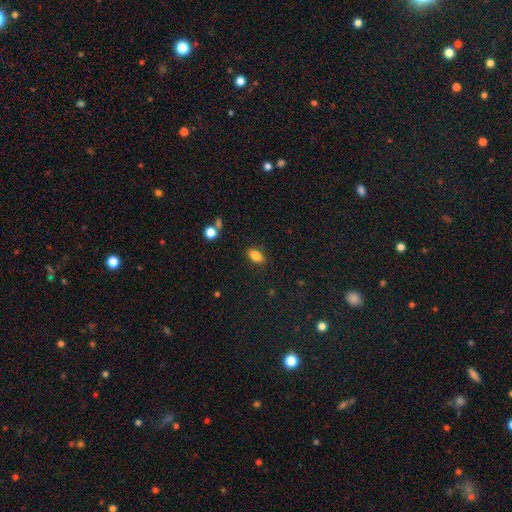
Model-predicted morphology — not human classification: The model was most divided on "smooth or featured": smooth: 81%, star or artifact: 9%, featured or disk: 9%. More confident: how rounded — in between (87%); merging — none (86%).